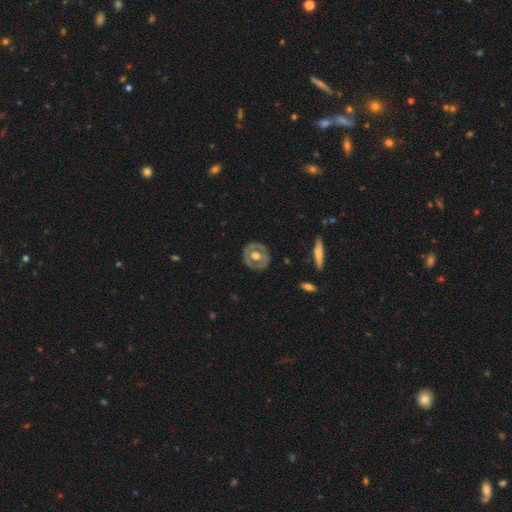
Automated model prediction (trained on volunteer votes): Smooth or featured? Predicted: featured or disk (p=0.62). Edge-on disk? Predicted: no (p=0.94). Bar? Predicted: no (p=0.71). Spiral arms? Predicted: no (p=0.77). Bulge size? Predicted: moderate (p=0.69). Merging? Predicted: none (p=0.81).